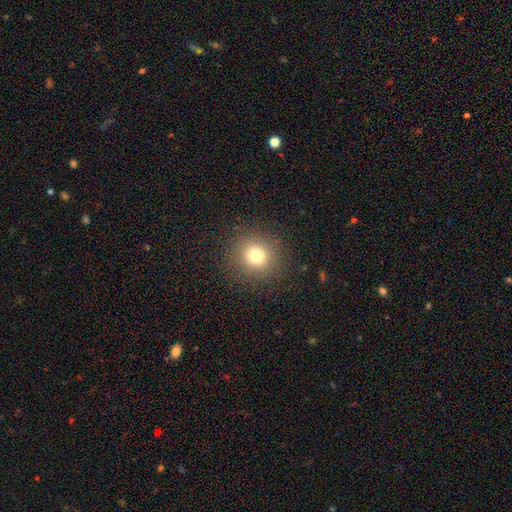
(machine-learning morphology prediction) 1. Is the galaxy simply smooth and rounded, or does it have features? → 75% smooth, 16% star or artifact, 9% featured or disk.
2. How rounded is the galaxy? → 92% round, 7% in between, 1% cigar-shaped.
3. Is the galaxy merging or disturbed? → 90% none, 6% minor disturbance, 3% major disturbance, 1% merger.